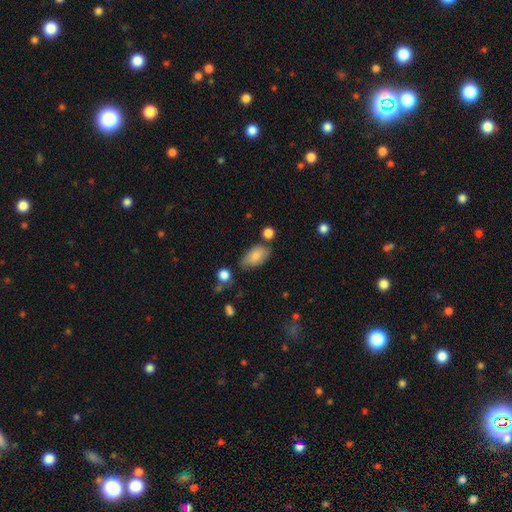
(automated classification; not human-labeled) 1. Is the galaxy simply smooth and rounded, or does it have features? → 80% smooth, 13% featured or disk, 7% star or artifact.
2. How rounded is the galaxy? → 92% in between, 5% round, 3% cigar-shaped.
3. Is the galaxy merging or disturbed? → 67% none, 21% minor disturbance, 6% merger, 5% major disturbance.